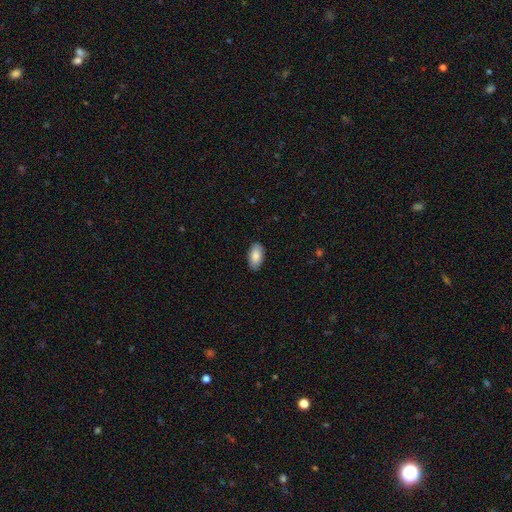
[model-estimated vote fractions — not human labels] Smooth or featured?
  - smooth: 84% *
  - featured or disk: 10%
  - star or artifact: 6%
How rounded?
  - in between: 94% *
  - cigar-shaped: 3%
  - round: 3%
Merging?
  - none: 87% *
  - minor disturbance: 10%
  - major disturbance: 2%
  - merger: 1%